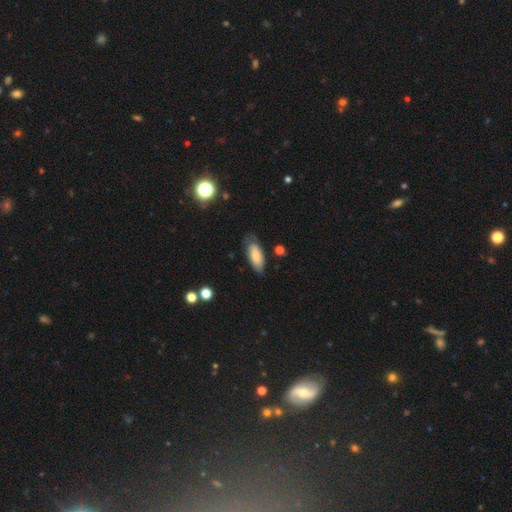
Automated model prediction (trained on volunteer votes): smooth-or-featured: smooth: 75% | featured or disk: 18% | star or artifact: 7%
  how-rounded: in between: 81% | cigar-shaped: 17% | round: 2%
  merging: none: 69% | minor disturbance: 23% | major disturbance: 6% | merger: 2%